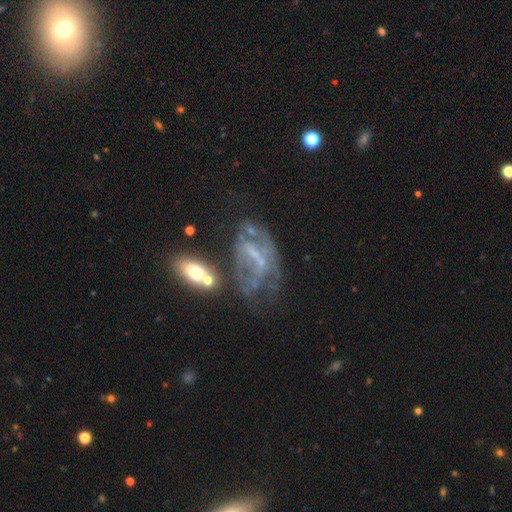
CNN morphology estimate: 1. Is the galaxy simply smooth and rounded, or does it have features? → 68% featured or disk, 18% smooth, 14% star or artifact.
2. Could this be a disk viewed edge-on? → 94% no, 6% yes.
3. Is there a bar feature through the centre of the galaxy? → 42% no, 34% weak, 24% strong.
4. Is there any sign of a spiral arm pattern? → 59% no, 41% yes.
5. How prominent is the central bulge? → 47% none, 35% small, 14% moderate, 2% large, 1% dominant.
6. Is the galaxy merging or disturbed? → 36% major disturbance, 31% none, 21% minor disturbance, 11% merger.